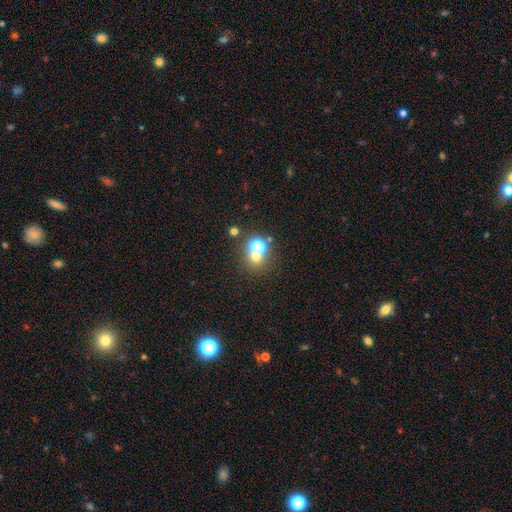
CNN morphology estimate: This is possibly a smooth galaxy (59%). How rounded: likely round (79%). Merging: possibly none (49%).